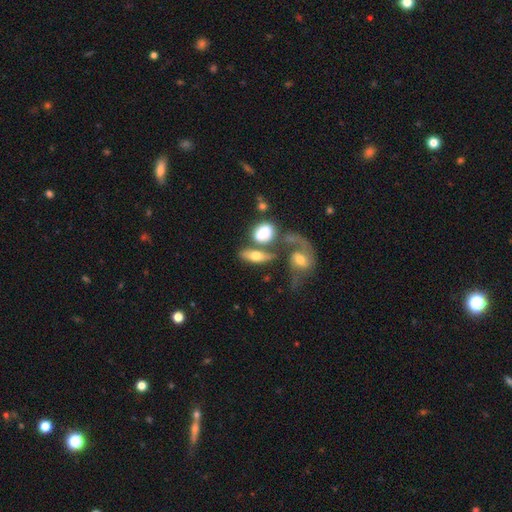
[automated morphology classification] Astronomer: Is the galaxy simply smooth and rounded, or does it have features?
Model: smooth — 53% (runner-up: featured or disk, 39%).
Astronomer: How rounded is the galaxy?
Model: in between — 70%.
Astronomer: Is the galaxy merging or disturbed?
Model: none — 39% (runner-up: merger, 38%).